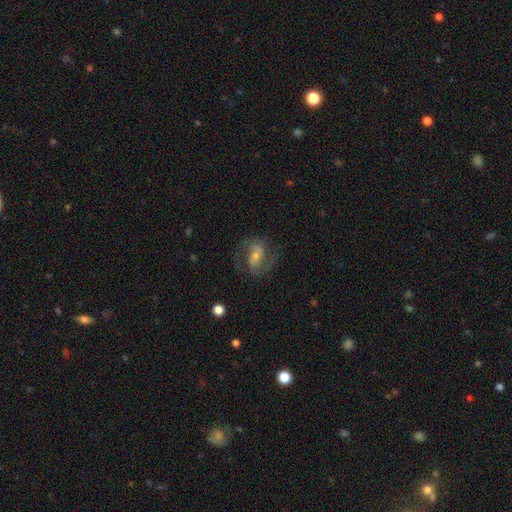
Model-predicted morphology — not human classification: Smooth or featured? featured or disk (78%)
Edge-on disk? no (97%)
Bar? weak (42%)
Spiral arms? yes (92%)
Spiral winding? medium (55%)
Spiral arm count? 2 (87%)
Bulge size? small (50%)
Merging? none (69%)